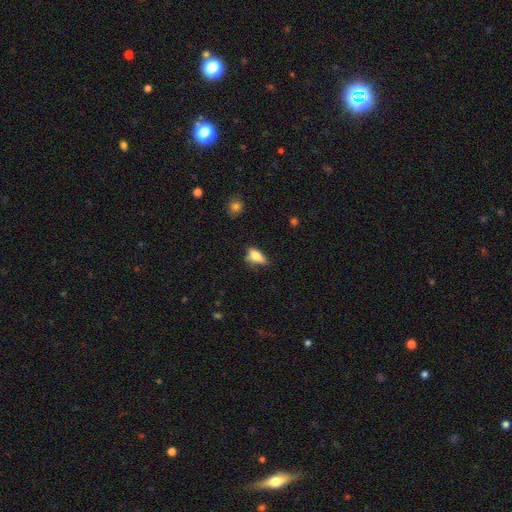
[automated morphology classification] A smooth galaxy with no disk features (70%) that is in between round and cigar-shaped (78%).

Vote fractions:
- Smooth or featured? smooth: 70% / featured or disk: 21% / star or artifact: 9%
- How rounded? in between: 78% / cigar-shaped: 16% / round: 5%
- Merging? none: 43% / minor disturbance: 36% / major disturbance: 16% / merger: 6%